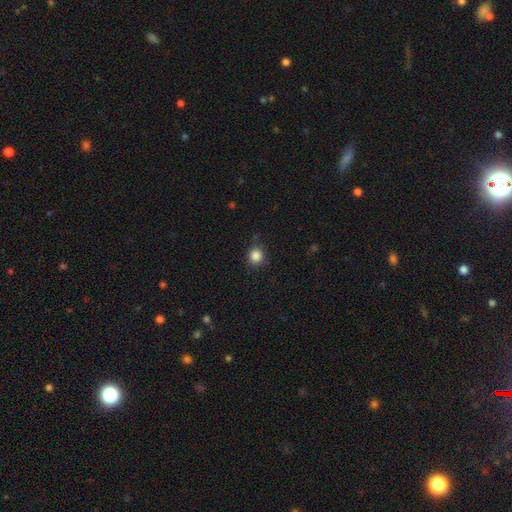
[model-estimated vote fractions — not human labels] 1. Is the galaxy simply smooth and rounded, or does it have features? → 85% smooth, 11% star or artifact, 4% featured or disk.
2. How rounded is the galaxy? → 86% round, 14% in between, 1% cigar-shaped.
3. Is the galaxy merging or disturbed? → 85% none, 11% minor disturbance, 3% major disturbance, 2% merger.